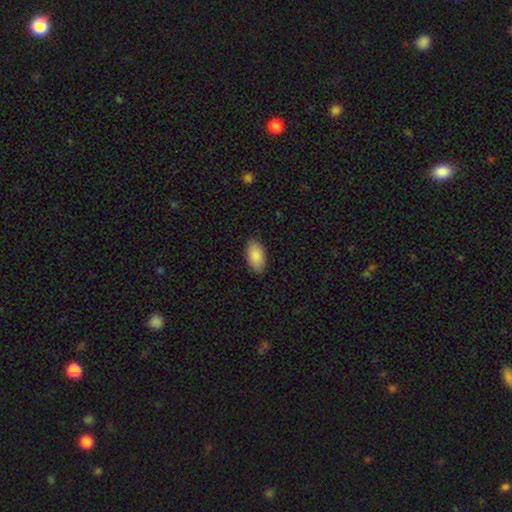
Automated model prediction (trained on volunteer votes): Overall: smooth (89%). How rounded: in between (95%). Merging: none (86%).